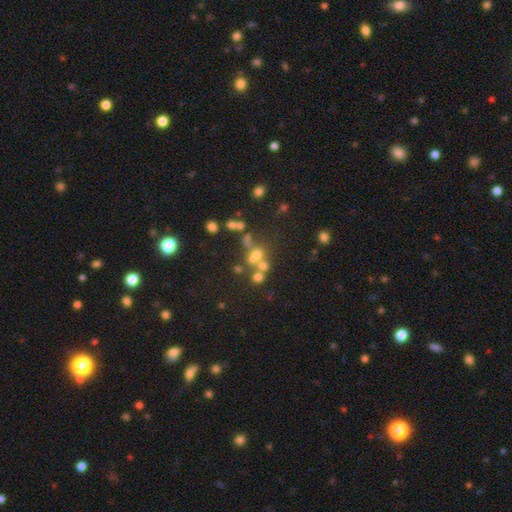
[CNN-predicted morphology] Smooth or featured: smooth — 40% (star or artifact — 31%)
Merging: none — 40% (merger — 39%)